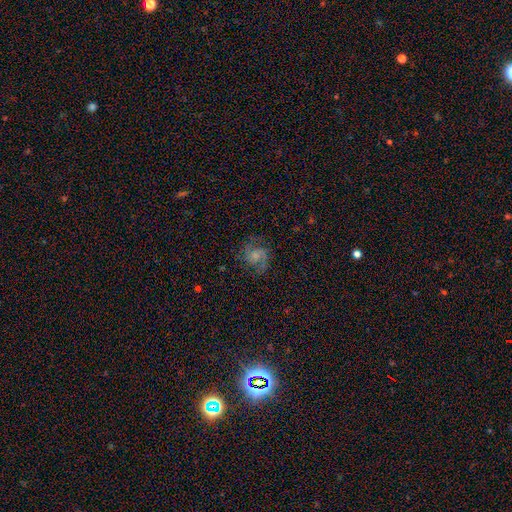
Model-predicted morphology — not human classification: A featured or disk galaxy (77%) with no bar (64%), 2 (86%) medium (55%) spiral arms (95%) and a small central bulge (35%). Merging: none (72%).